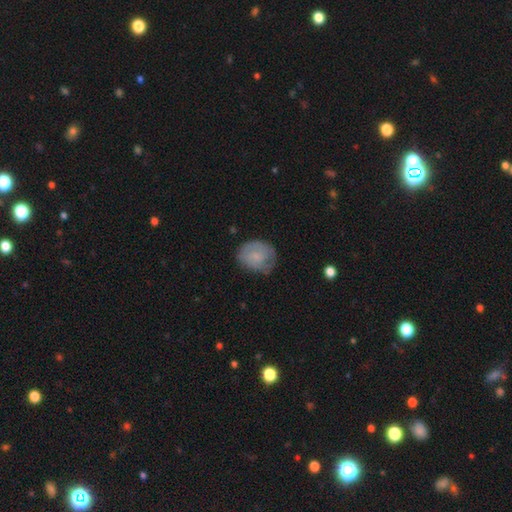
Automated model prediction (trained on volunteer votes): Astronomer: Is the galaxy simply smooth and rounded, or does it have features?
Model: smooth — 53% (runner-up: featured or disk, 39%).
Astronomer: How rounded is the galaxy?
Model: round — 60% (runner-up: in between, 39%).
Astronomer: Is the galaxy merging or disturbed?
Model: none — 64%.